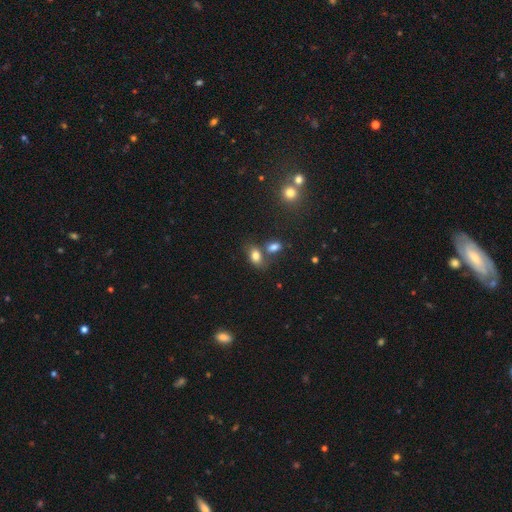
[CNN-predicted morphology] The model was most divided on "merging": none: 49%, merger: 33%, minor disturbance: 13%, major disturbance: 4%. More confident: how rounded — in between (83%); smooth or featured — smooth (80%).